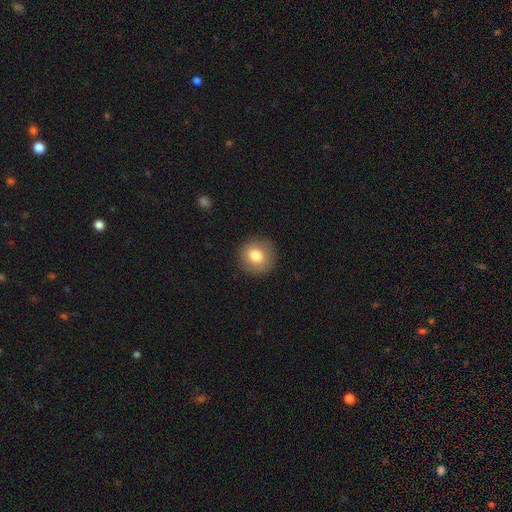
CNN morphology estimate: This appears to be a smooth galaxy with no disk features (80%) that is round (90%). Merging: none (90%).